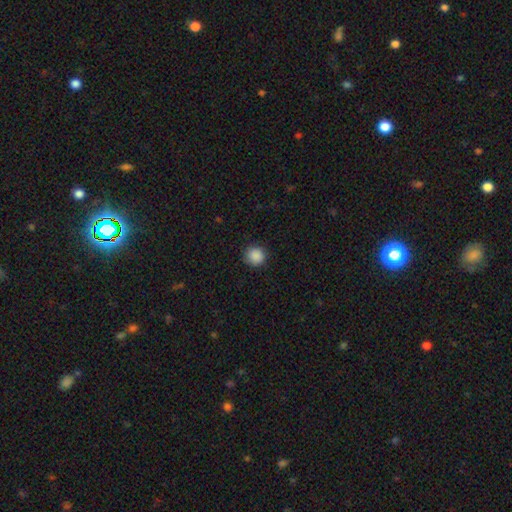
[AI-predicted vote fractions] Q: Smooth or featured?
A: smooth (88%); runner-up: star or artifact (9%)
Q: How rounded?
A: round (93%); runner-up: in between (6%)
Q: Merging?
A: none (89%); runner-up: minor disturbance (8%)